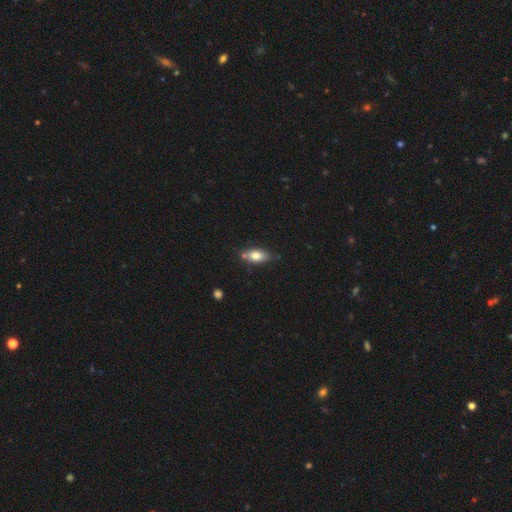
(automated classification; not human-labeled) Q: Smooth or featured?
A: smooth (73%); runner-up: featured or disk (20%)
Q: How rounded?
A: in between (82%); runner-up: cigar-shaped (13%)
Q: Merging?
A: none (71%); runner-up: minor disturbance (18%)